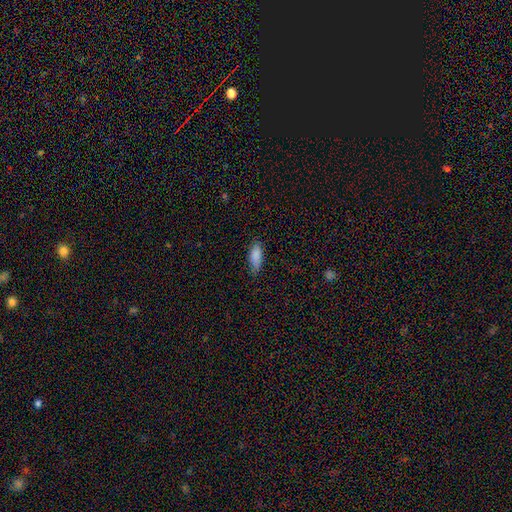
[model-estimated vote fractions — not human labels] Overall: smooth (87%). How rounded: in between (75%). Merging: none (74%).